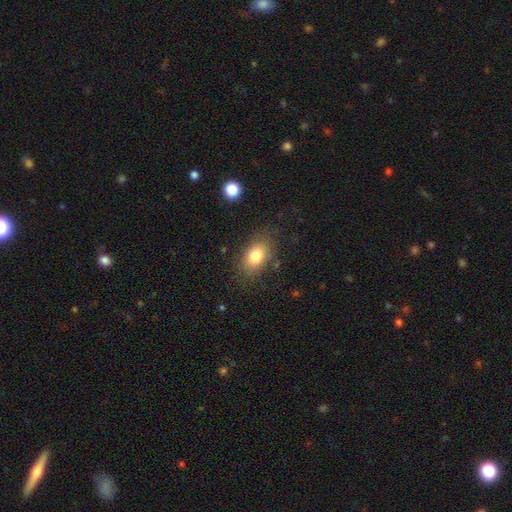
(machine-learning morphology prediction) The model was most divided on "merging": none: 80%, minor disturbance: 14%, major disturbance: 5%, merger: 2%. More confident: how rounded — in between (86%); smooth or featured — smooth (80%).